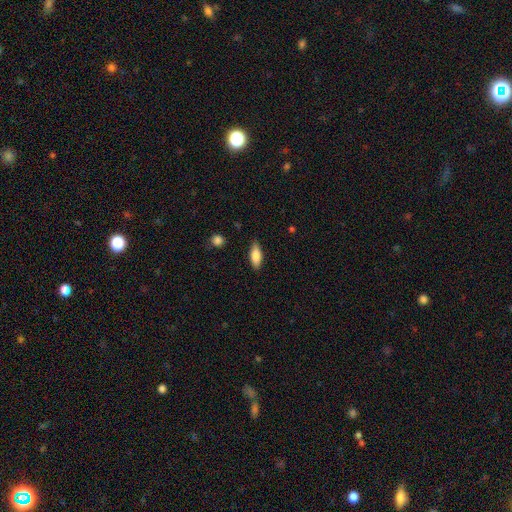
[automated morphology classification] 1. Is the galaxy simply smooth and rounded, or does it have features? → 81% smooth, 13% featured or disk, 6% star or artifact.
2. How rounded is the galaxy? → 75% in between, 23% cigar-shaped, 2% round.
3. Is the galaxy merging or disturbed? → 85% none, 11% minor disturbance, 2% major disturbance, 1% merger.